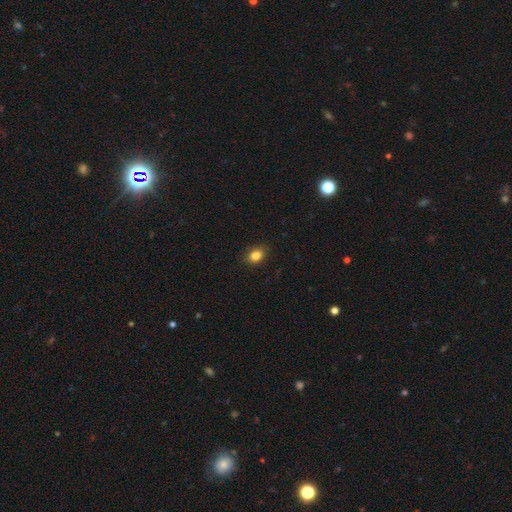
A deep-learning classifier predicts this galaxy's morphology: A smooth galaxy with no disk features (84%) that is in between round and cigar-shaped (59%). Merging: none (87%).